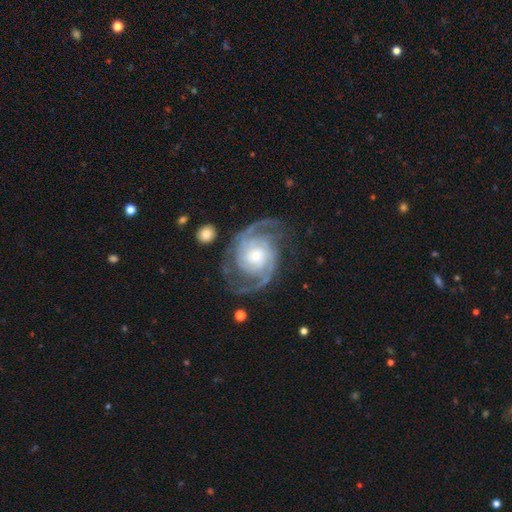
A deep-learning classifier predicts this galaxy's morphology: Smooth or featured? Predicted: featured or disk (p=0.92). Edge-on disk? Predicted: no (p=0.98). Bar? Predicted: no (p=0.69). Spiral arms? Predicted: yes (p=0.98). Spiral winding? Predicted: tight (p=0.49). Spiral arm count? Predicted: 2 (p=0.66). Bulge size? Predicted: small (p=0.58). Merging? Predicted: none (p=0.73).